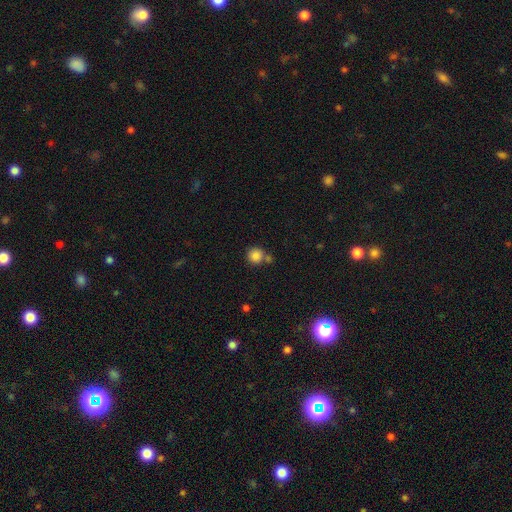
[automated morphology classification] smooth-or-featured: smooth: 85% | star or artifact: 10% | featured or disk: 5%
  how-rounded: round: 93% | in between: 6% | cigar-shaped: 1%
  merging: none: 64% | merger: 22% | minor disturbance: 10% | major disturbance: 4%